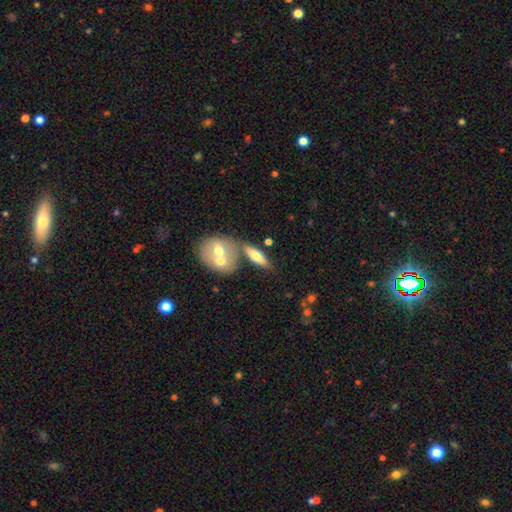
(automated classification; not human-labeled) This is possibly a smooth galaxy (55%). How rounded: possibly in between (54%). Merging: possibly none (50%).